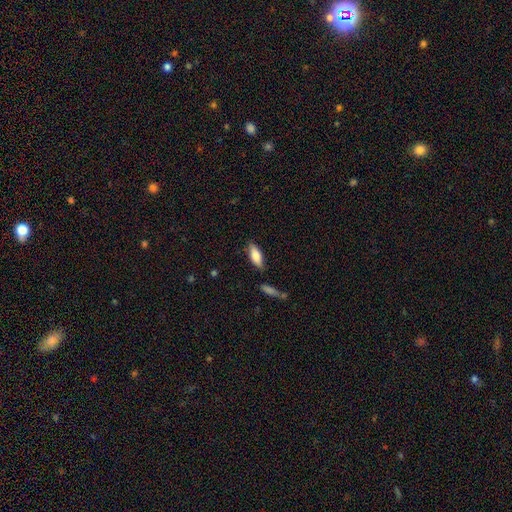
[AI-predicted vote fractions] Overall: smooth (80%). How rounded: in between (73%). Merging: none (78%).